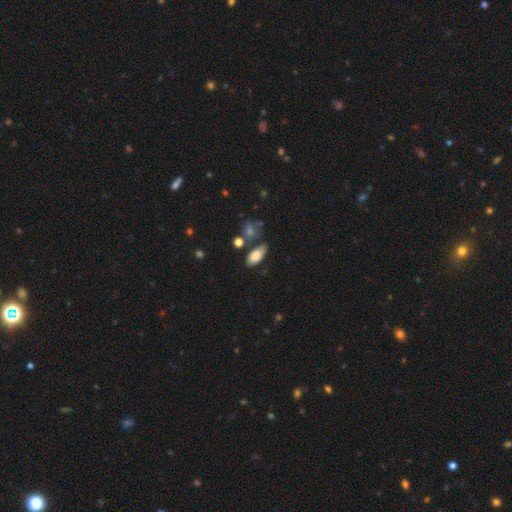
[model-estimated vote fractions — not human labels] Q: Smooth or featured?
A: smooth (82%); runner-up: featured or disk (10%)
Q: How rounded?
A: in between (88%); runner-up: cigar-shaped (9%)
Q: Merging?
A: none (66%); runner-up: minor disturbance (18%)